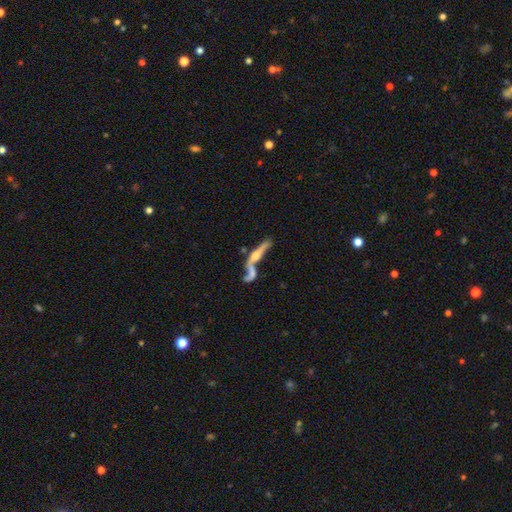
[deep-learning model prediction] The model was most divided on "merging": merger: 46%, none: 27%, major disturbance: 16%, minor disturbance: 11%. More confident: edge-on disk — yes (65%); smooth or featured — featured or disk (64%).